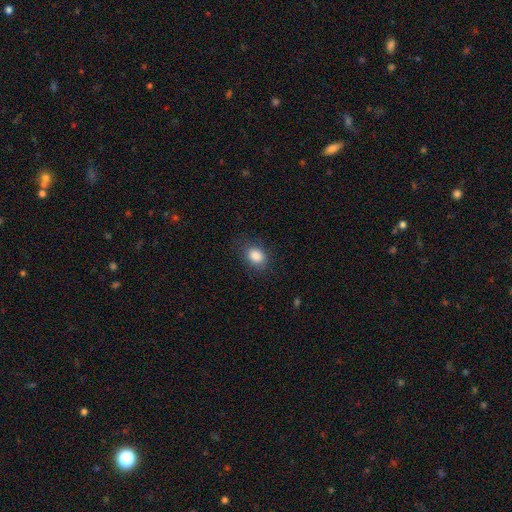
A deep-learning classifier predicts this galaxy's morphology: Smooth or featured? smooth (86%)
How rounded? in between (67%)
Merging? none (80%)